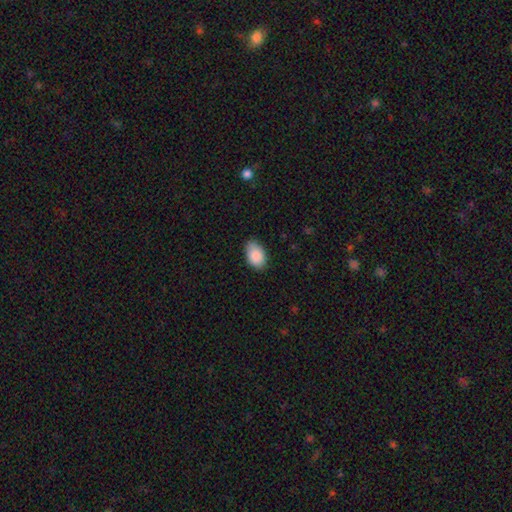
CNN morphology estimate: Smooth or featured? Predicted: smooth (p=0.88). How rounded? Predicted: in between (p=0.90). Merging? Predicted: none (p=0.77).